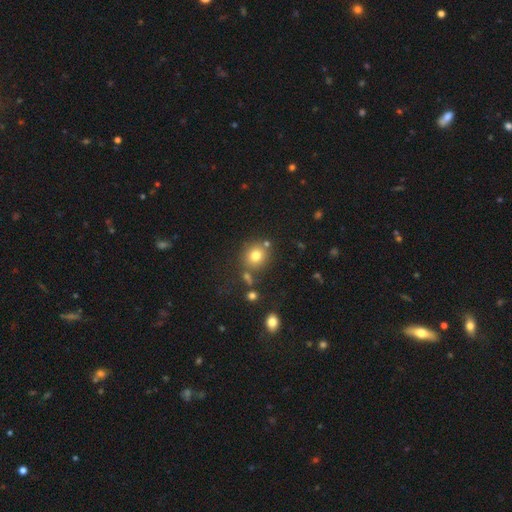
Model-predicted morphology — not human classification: smooth 77%, star or artifact 14%, featured or disk 9%. Down the decision tree: how rounded — round (84%); merging — none (76%).